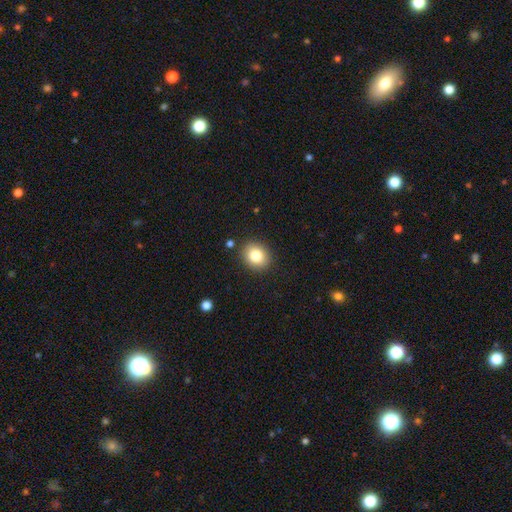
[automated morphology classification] Smooth or featured? smooth (81%)
How rounded? round (64%)
Merging? none (88%)